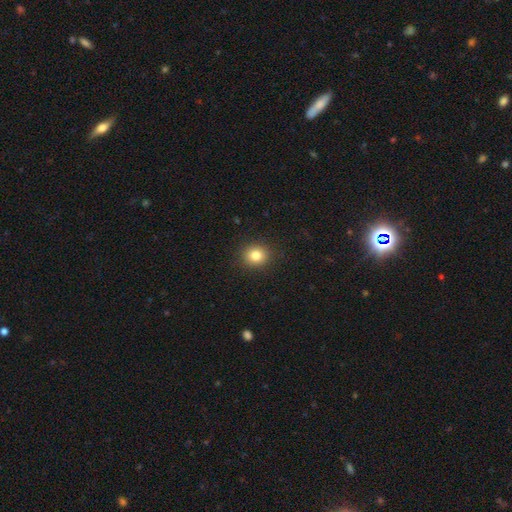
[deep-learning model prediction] Smooth or featured?
  - smooth: 82% *
  - star or artifact: 11%
  - featured or disk: 7%
How rounded?
  - round: 80% *
  - in between: 19%
  - cigar-shaped: 1%
Merging?
  - none: 90% *
  - minor disturbance: 6%
  - major disturbance: 2%
  - merger: 1%